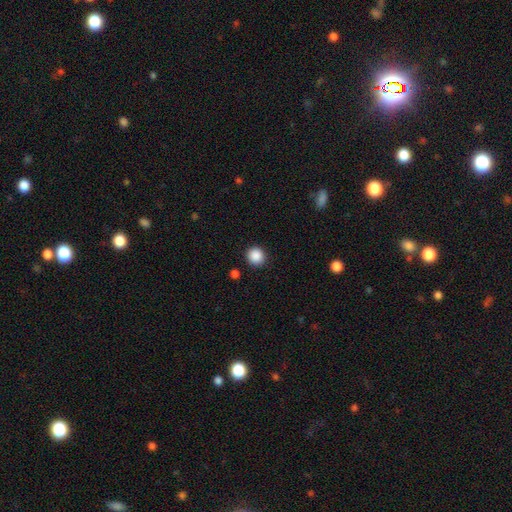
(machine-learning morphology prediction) type=smooth (88%); roundness=round (93%); merging=none (91%).